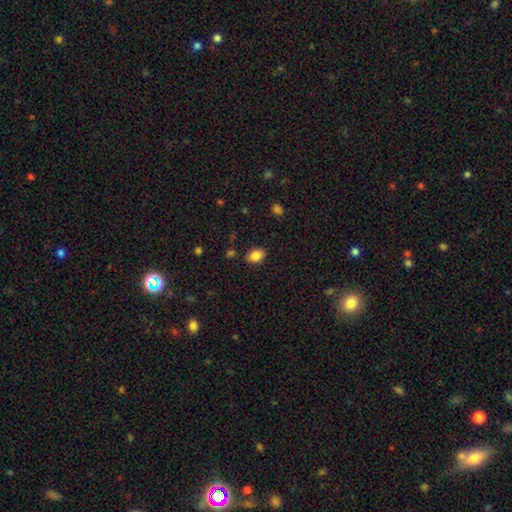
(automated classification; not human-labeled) Smooth or featured?
  - smooth: 86% *
  - star or artifact: 9%
  - featured or disk: 5%
How rounded?
  - in between: 72% *
  - round: 27%
  - cigar-shaped: 1%
Merging?
  - none: 85% *
  - minor disturbance: 10%
  - major disturbance: 3%
  - merger: 2%